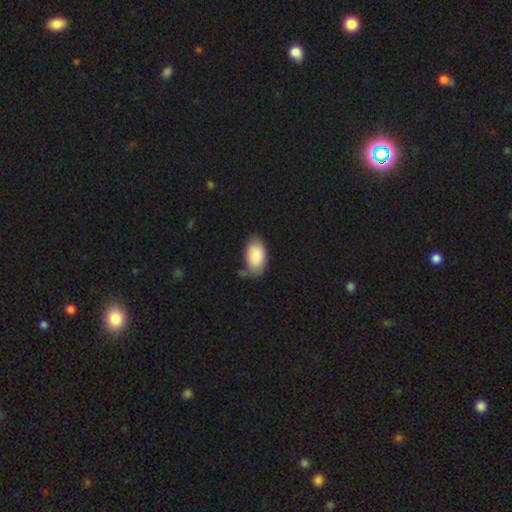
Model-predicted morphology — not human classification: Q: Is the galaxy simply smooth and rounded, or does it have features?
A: smooth — 87%.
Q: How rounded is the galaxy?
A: in between — 94%.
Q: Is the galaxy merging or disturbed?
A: none — 66%.